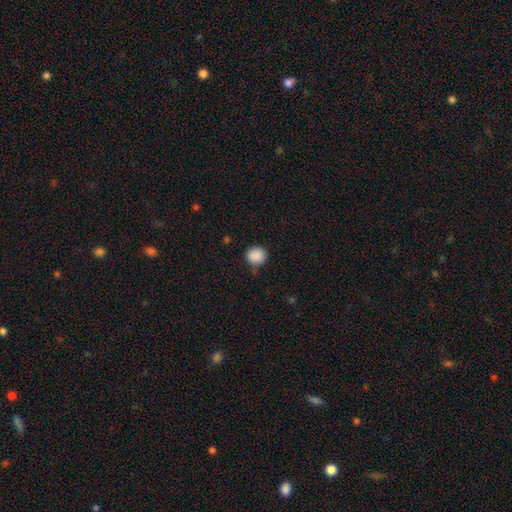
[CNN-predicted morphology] smooth_or_featured: smooth (p=0.89) [alt: star or artifact p=0.09]
how_rounded: round (p=0.83) [alt: in between p=0.16]
merging: none (p=0.79) [alt: minor disturbance p=0.15]